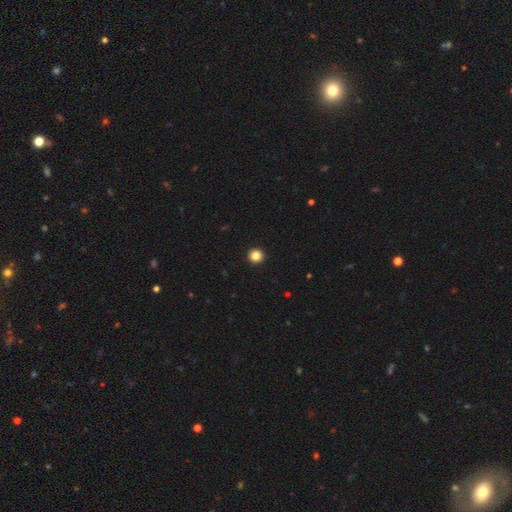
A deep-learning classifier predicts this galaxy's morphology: Smooth or featured? smooth (85%)
How rounded? round (96%)
Merging? none (94%)